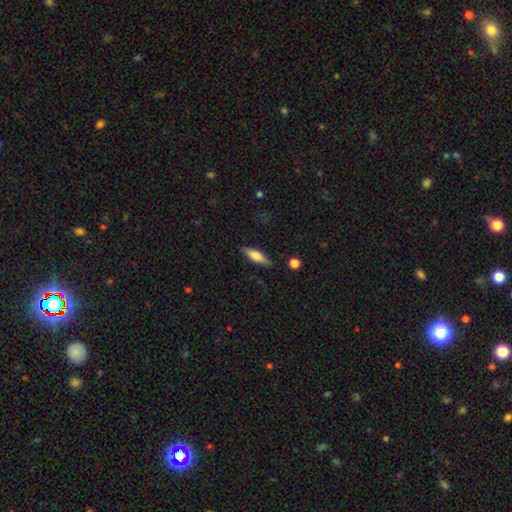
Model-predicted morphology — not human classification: This appears to be a smooth galaxy with no disk features (62%) that is cigar-shaped (54%). Merging: none (85%).